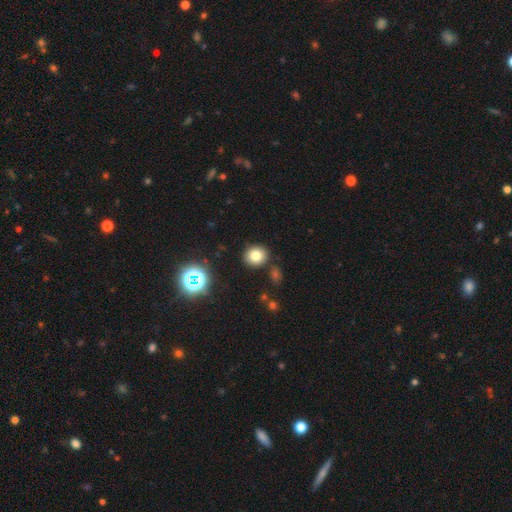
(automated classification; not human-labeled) Overall: smooth (77%). How rounded: round (79%). Merging: none (86%).